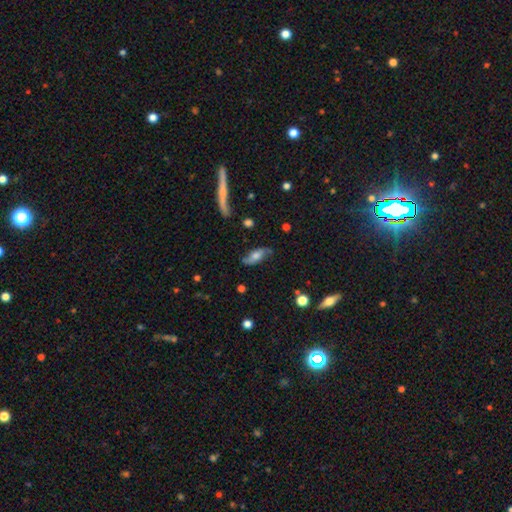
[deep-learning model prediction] This is likely a featured or disk galaxy (60%). It is likely not viewed edge-on (78%). Merging: likely none (73%).